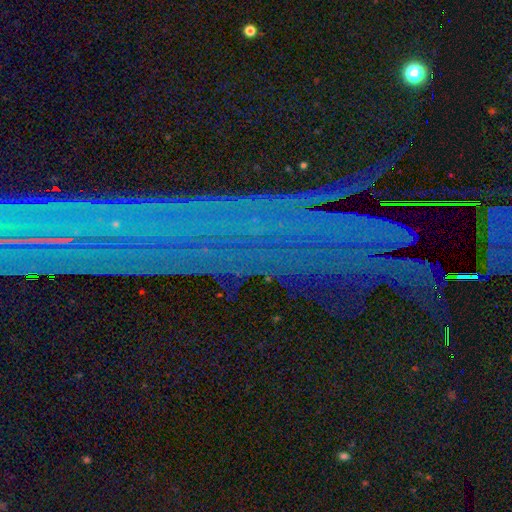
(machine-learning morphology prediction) star or artifact 83%, featured or disk 9%, smooth 8%.